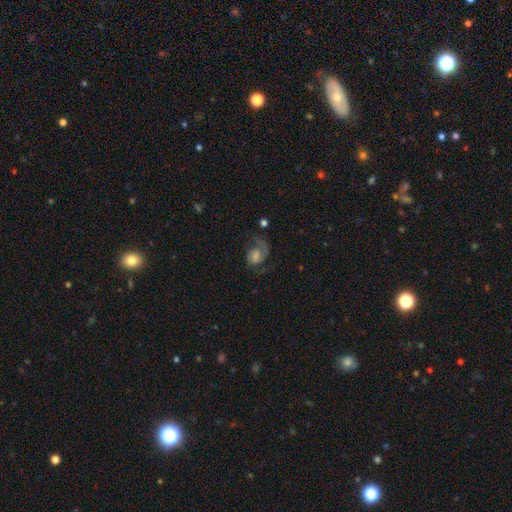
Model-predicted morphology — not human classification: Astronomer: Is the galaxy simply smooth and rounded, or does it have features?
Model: featured or disk — 64%.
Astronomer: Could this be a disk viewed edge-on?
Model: no — 97%.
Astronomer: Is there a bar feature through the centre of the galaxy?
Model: no — 65%.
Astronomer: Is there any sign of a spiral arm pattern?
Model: yes — 87%.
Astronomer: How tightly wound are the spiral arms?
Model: medium — 43% (runner-up: loose, 35%).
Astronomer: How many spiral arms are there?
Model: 1 — 47% (runner-up: 2, 41%).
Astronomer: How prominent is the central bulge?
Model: moderate — 41% (runner-up: small, 32%).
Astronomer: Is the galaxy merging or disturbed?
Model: none — 46% (runner-up: major disturbance, 32%).